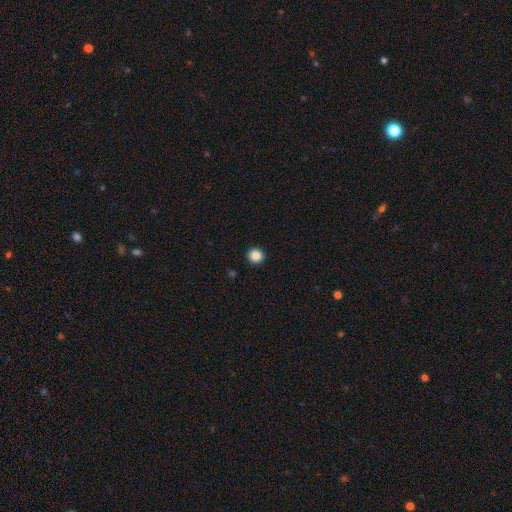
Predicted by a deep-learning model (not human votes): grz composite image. It shows a smooth galaxy with no disk features (86%) that is round (94%). Merging: none (93%).